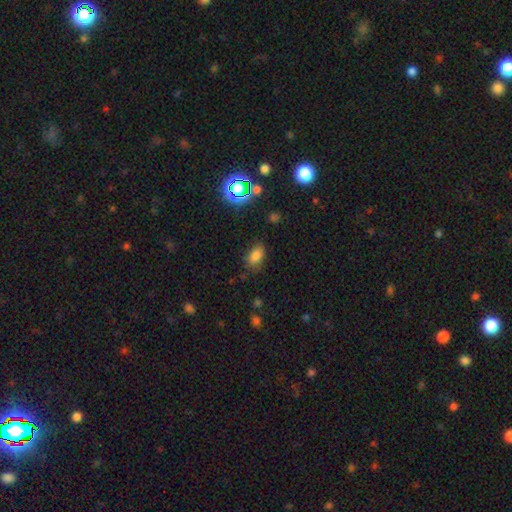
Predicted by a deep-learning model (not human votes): A smooth galaxy with no disk features (77%) that is in between round and cigar-shaped (86%).

Vote fractions:
- Smooth or featured? smooth: 77% / star or artifact: 16% / featured or disk: 7%
- How rounded? in between: 86% / round: 11% / cigar-shaped: 3%
- Merging? none: 77% / minor disturbance: 16% / major disturbance: 5% / merger: 2%